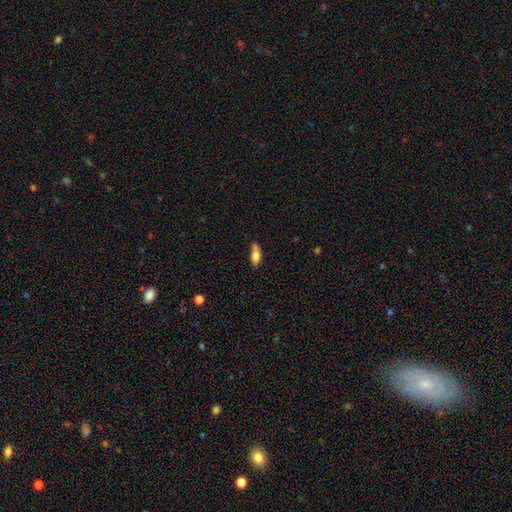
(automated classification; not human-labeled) Q: Smooth or featured?
A: smooth (73%); runner-up: featured or disk (19%)
Q: How rounded?
A: in between (75%); runner-up: cigar-shaped (22%)
Q: Merging?
A: none (52%); runner-up: minor disturbance (30%)